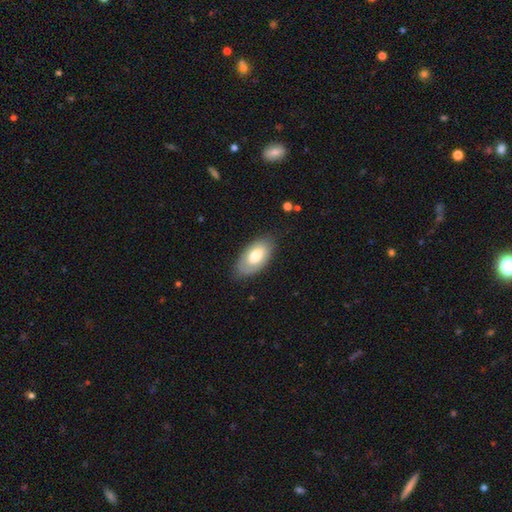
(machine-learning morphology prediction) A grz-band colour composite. It shows a smooth galaxy with no disk features (68%) that is in between round and cigar-shaped (95%). Merging: none (77%).